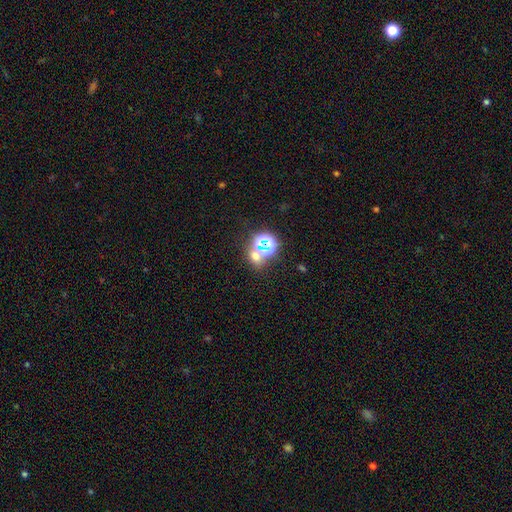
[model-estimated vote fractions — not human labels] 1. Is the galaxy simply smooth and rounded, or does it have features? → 45% star or artifact, 44% smooth, 10% featured or disk.